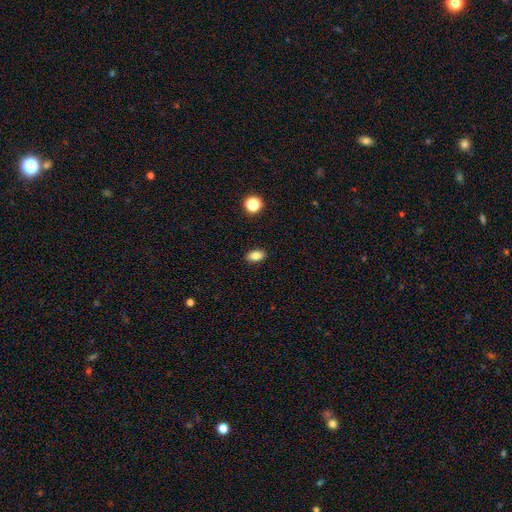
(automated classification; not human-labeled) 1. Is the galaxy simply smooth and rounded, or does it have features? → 84% smooth, 10% star or artifact, 6% featured or disk.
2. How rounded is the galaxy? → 88% in between, 8% round, 3% cigar-shaped.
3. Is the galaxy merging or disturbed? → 89% none, 8% minor disturbance, 2% major disturbance, 1% merger.